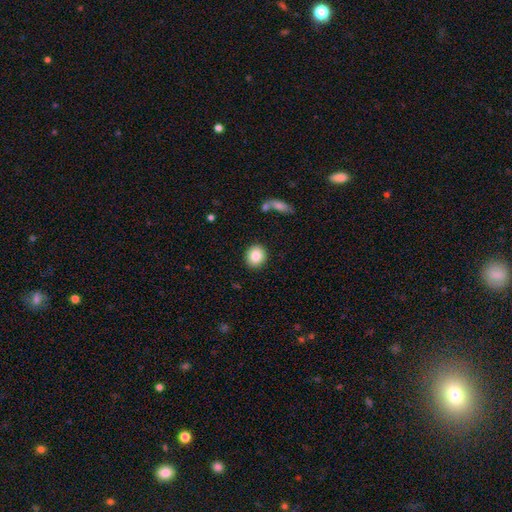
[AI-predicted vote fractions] Q: Smooth or featured?
A: smooth (86%); runner-up: star or artifact (8%)
Q: How rounded?
A: round (77%); runner-up: in between (21%)
Q: Merging?
A: none (89%); runner-up: minor disturbance (7%)